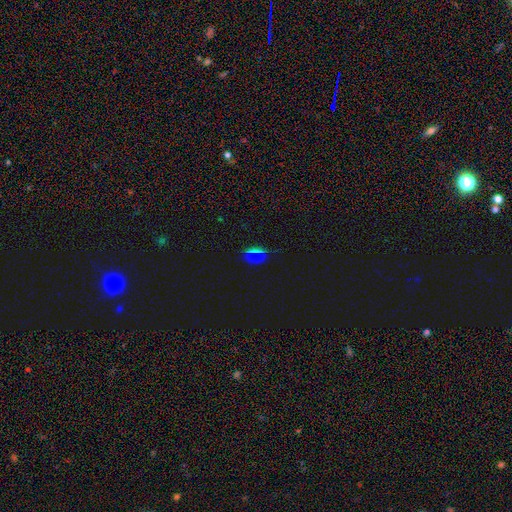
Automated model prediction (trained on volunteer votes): The model was most divided on "smooth or featured": smooth: 51%, star or artifact: 41%, featured or disk: 8%. More confident: merging — none (76%); how rounded — in between (62%).